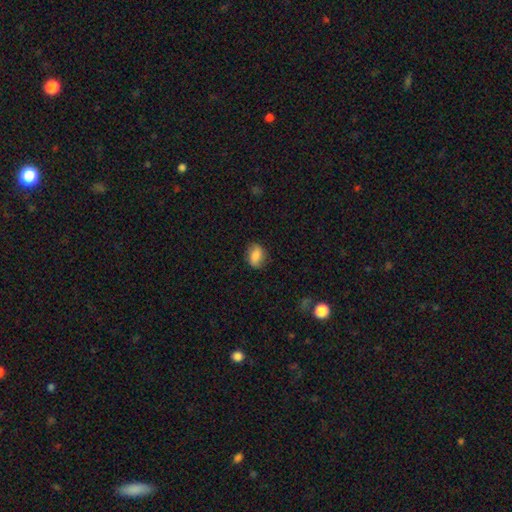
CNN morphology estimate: type=smooth (80%); roundness=in between (69%); merging=none (80%).